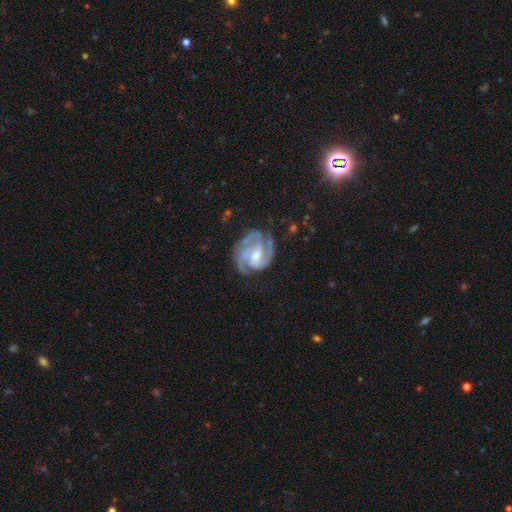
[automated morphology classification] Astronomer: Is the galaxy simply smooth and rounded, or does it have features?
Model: featured or disk — 90%.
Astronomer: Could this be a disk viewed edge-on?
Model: no — 98%.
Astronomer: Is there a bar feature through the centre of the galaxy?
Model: weak — 45% (runner-up: no, 36%).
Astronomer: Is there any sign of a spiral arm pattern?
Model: yes — 97%.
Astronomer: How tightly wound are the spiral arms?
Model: tight — 47% (runner-up: medium, 43%).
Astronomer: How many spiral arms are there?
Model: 3 — 44% (runner-up: 2, 30%).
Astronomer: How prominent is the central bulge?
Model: moderate — 54% (runner-up: small, 42%).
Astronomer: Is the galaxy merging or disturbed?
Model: none — 65%.